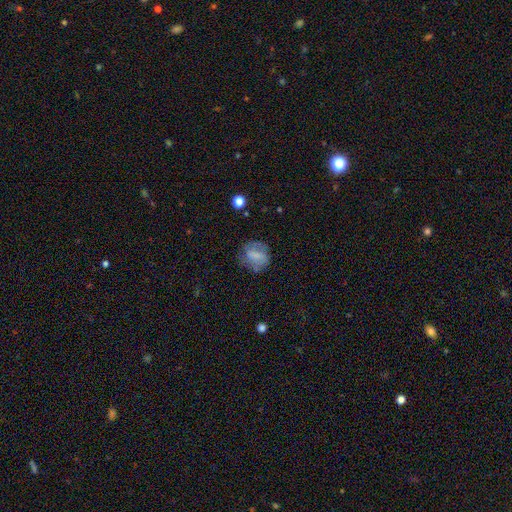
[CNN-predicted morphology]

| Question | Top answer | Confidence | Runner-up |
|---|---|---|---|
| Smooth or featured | smooth | 55% | featured or disk (35%) |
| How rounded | round | 59% | in between (39%) |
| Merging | none | 61% | minor disturbance (23%) |